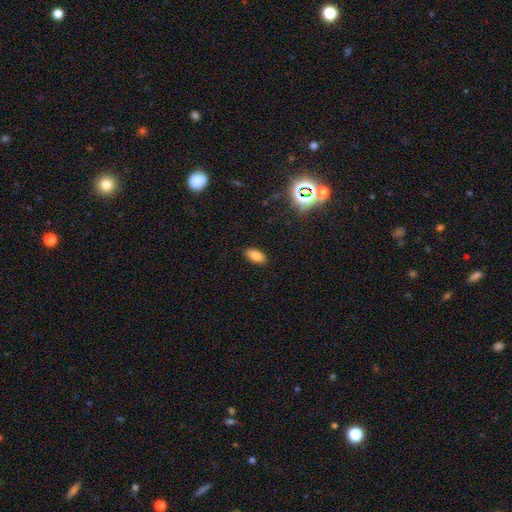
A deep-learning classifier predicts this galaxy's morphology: A smooth galaxy with no disk features (84%) that is in between round and cigar-shaped (91%). Merging: none (88%).